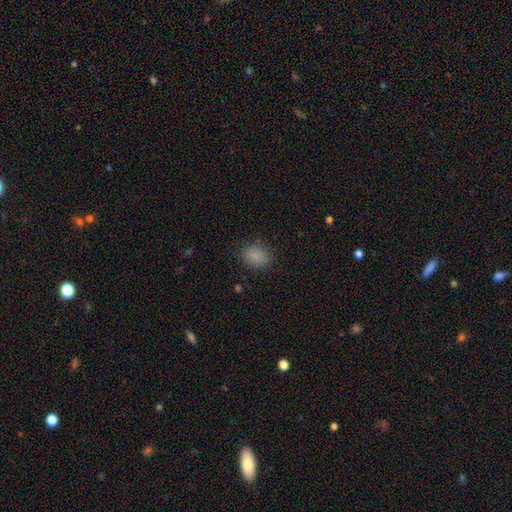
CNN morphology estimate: A smooth galaxy with no disk features (85%) that is in between round and cigar-shaped (54%).

Vote fractions:
- Smooth or featured? smooth: 85% / star or artifact: 11% / featured or disk: 4%
- How rounded? in between: 54% / round: 45% / cigar-shaped: 1%
- Merging? none: 84% / minor disturbance: 12% / major disturbance: 4% / merger: 1%